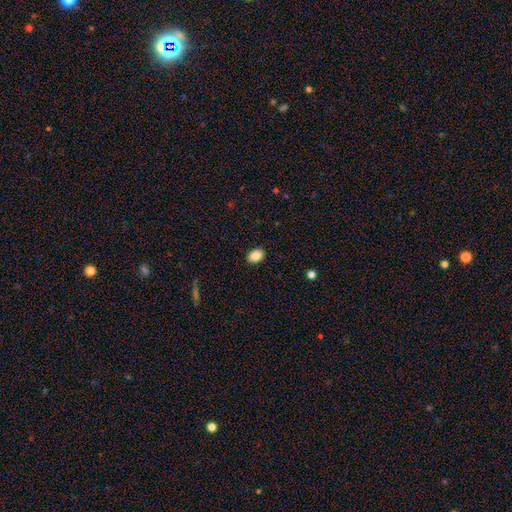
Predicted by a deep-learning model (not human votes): Smooth or featured: smooth — 86% (star or artifact — 9%)
How rounded: in between — 79% (round — 20%)
Merging: none — 90% (minor disturbance — 8%)